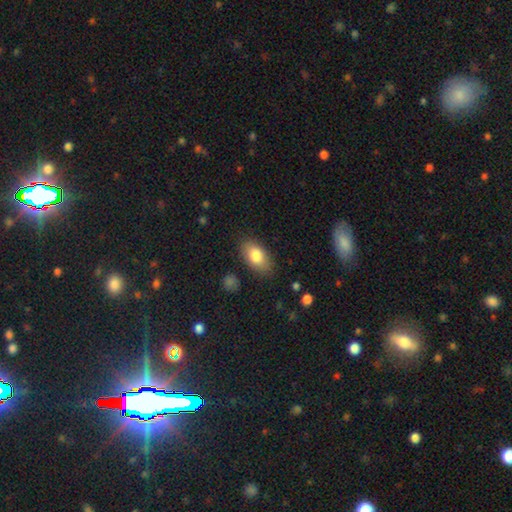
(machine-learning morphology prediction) Q: Smooth or featured?
A: smooth (81%); runner-up: featured or disk (12%)
Q: How rounded?
A: in between (91%); runner-up: round (6%)
Q: Merging?
A: none (84%); runner-up: minor disturbance (12%)